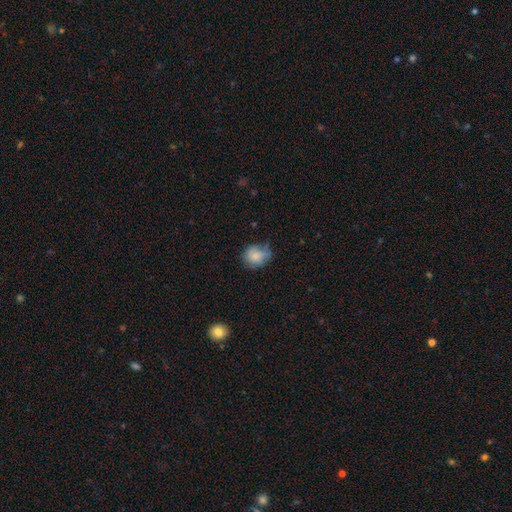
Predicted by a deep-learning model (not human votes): Smooth or featured?
  - smooth: 77% *
  - featured or disk: 14%
  - star or artifact: 9%
How rounded?
  - round: 56% *
  - in between: 43%
  - cigar-shaped: 1%
Merging?
  - none: 50% *
  - minor disturbance: 35%
  - major disturbance: 12%
  - merger: 3%